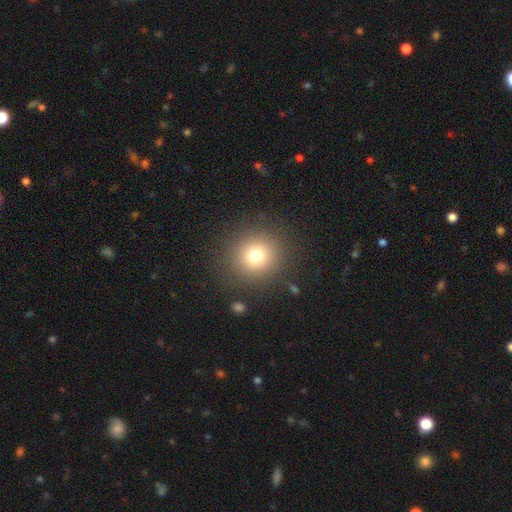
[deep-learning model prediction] smooth-or-featured: smooth: 75% | star or artifact: 15% | featured or disk: 10%
  how-rounded: round: 92% | in between: 7% | cigar-shaped: 1%
  merging: none: 87% | minor disturbance: 7% | major disturbance: 4% | merger: 2%